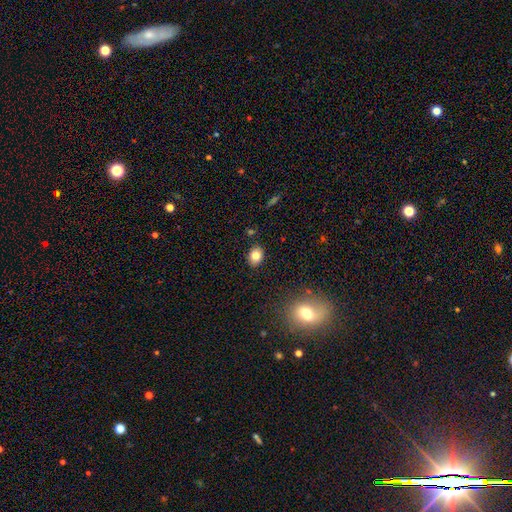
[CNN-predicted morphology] Smooth or featured? smooth (81%)
How rounded? in between (59%)
Merging? none (87%)